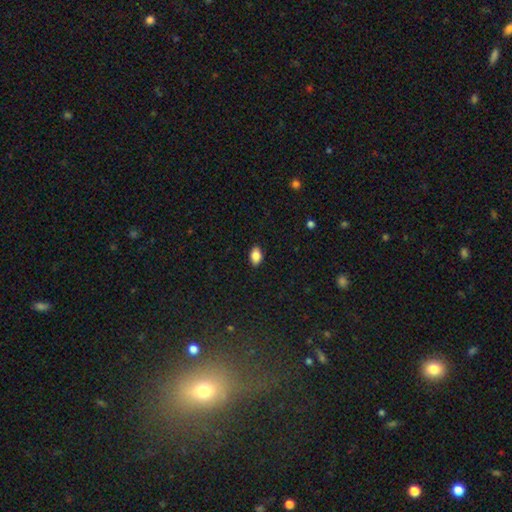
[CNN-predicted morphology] smooth 86%, star or artifact 8%, featured or disk 5%. Down the decision tree: how rounded — in between (89%); merging — none (88%).